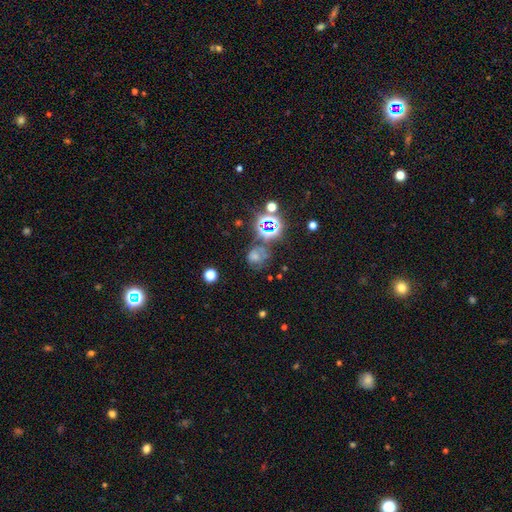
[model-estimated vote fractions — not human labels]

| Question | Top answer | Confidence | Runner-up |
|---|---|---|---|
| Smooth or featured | smooth | 45% | star or artifact (37%) |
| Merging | none | 47% | minor disturbance (21%) |